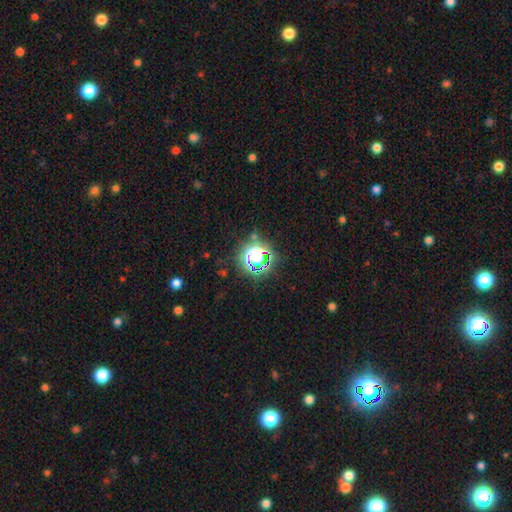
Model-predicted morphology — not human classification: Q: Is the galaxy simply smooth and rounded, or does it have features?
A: star or artifact — 70%.